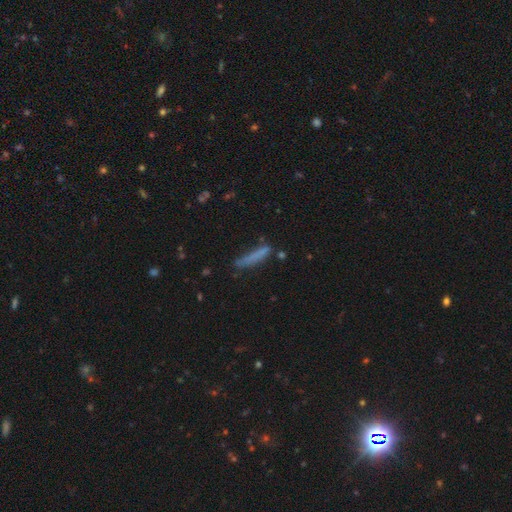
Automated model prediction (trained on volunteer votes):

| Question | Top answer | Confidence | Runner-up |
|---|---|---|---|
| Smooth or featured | smooth | 72% | featured or disk (18%) |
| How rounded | cigar-shaped | 91% | in between (7%) |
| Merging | none | 70% | minor disturbance (20%) |